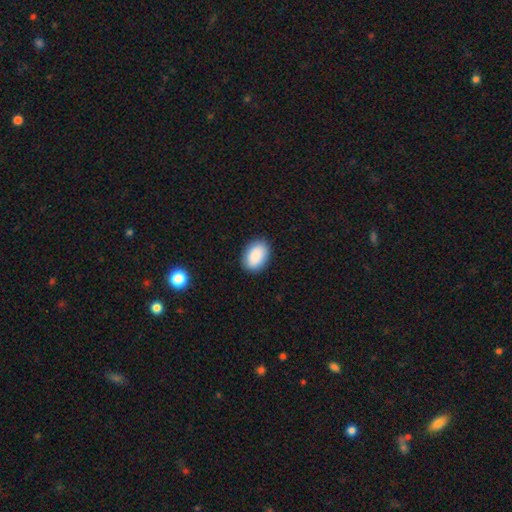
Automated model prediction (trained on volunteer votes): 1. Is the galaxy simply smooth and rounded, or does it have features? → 89% smooth, 6% star or artifact, 4% featured or disk.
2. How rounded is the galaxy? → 86% in between, 13% round, 1% cigar-shaped.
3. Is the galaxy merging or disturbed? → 88% none, 9% minor disturbance, 2% major disturbance, 1% merger.